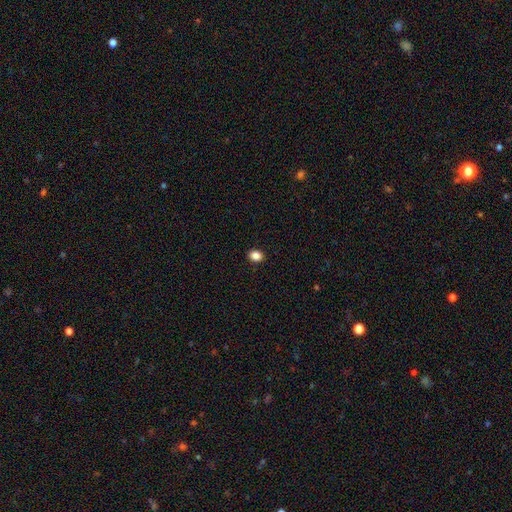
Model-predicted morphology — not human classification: This appears to be a smooth galaxy with no disk features (86%) that is in between round and cigar-shaped (50%). Merging: none (91%).